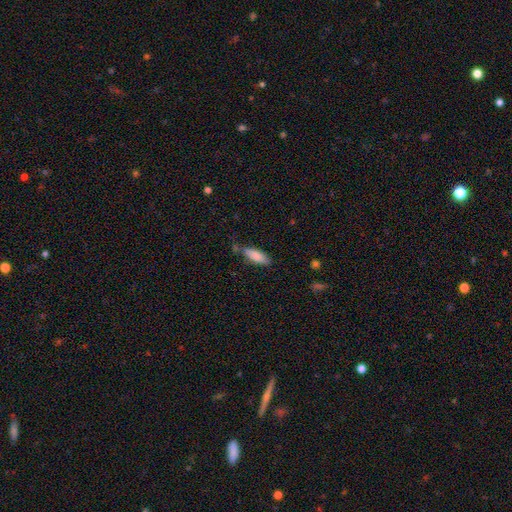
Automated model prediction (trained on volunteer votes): Smooth or featured: smooth — 84% (featured or disk — 10%)
How rounded: in between — 65% (cigar-shaped — 33%)
Merging: none — 63% (minor disturbance — 23%)